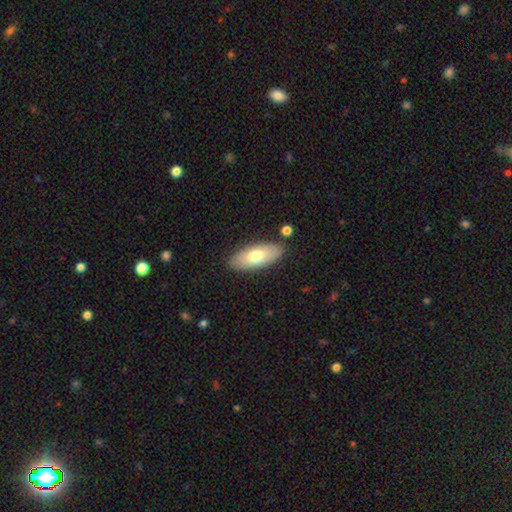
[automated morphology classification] Smooth or featured: smooth — 68% (featured or disk — 26%)
How rounded: in between — 82% (cigar-shaped — 16%)
Merging: none — 83% (minor disturbance — 11%)